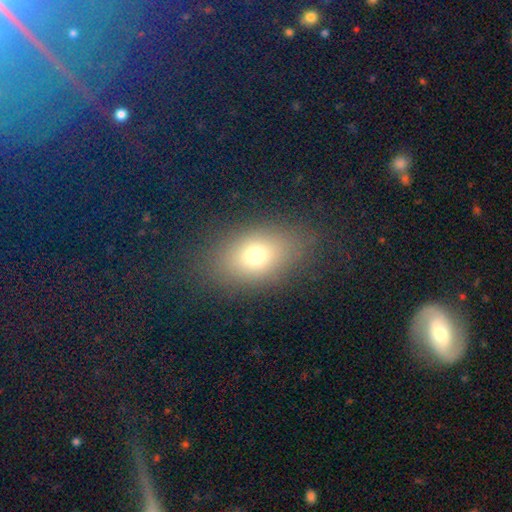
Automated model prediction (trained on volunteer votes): smooth 72%, star or artifact 14%, featured or disk 14%. Down the decision tree: how rounded — in between (75%); merging — none (80%).